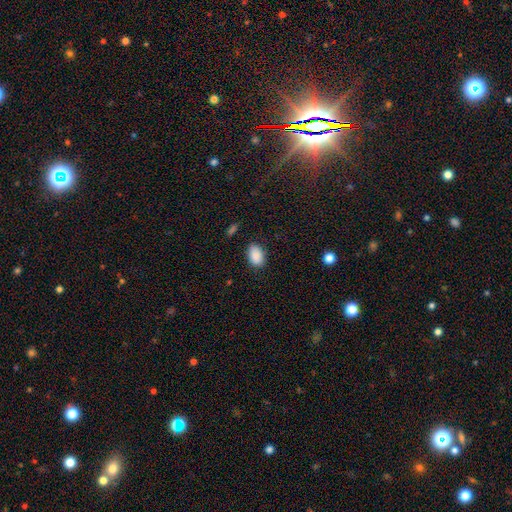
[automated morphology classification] smooth-or-featured: smooth: 89% | star or artifact: 7% | featured or disk: 3%
  how-rounded: in between: 89% | round: 10% | cigar-shaped: 1%
  merging: none: 83% | minor disturbance: 12% | major disturbance: 3% | merger: 1%